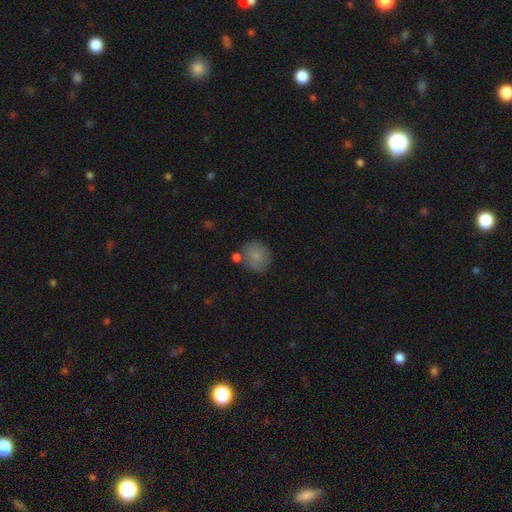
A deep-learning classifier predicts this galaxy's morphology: A smooth galaxy with no disk features (83%) that is round (86%). Merging: none (65%).